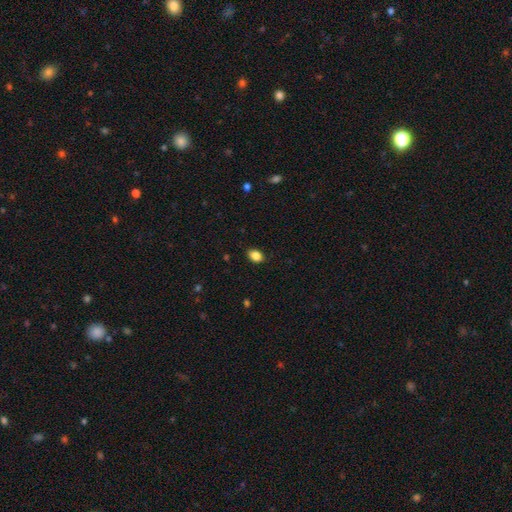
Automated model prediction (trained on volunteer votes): smooth 87%, star or artifact 9%, featured or disk 4%. Down the decision tree: how rounded — in between (75%); merging — none (87%).